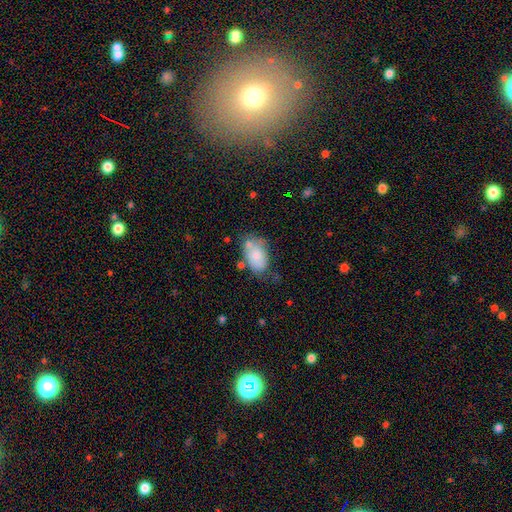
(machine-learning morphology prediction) smooth_or_featured: smooth (p=0.76) [alt: featured or disk p=0.16]
how_rounded: in between (p=0.90) [alt: round p=0.09]
merging: none (p=0.48) [alt: minor disturbance p=0.27]